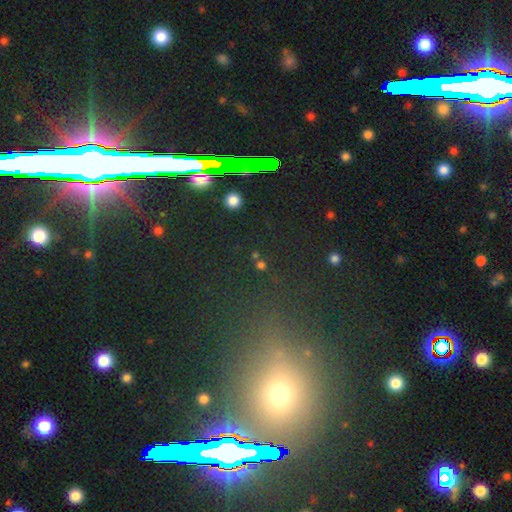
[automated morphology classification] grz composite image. It shows a star or artifact, not a galaxy (59%).